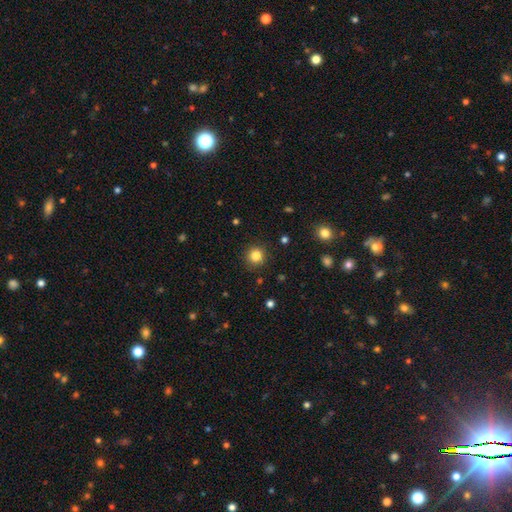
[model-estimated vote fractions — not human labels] Smooth or featured?
  - smooth: 83% *
  - star or artifact: 12%
  - featured or disk: 5%
How rounded?
  - round: 93% *
  - in between: 6%
  - cigar-shaped: 1%
Merging?
  - none: 90% *
  - minor disturbance: 6%
  - major disturbance: 2%
  - merger: 1%